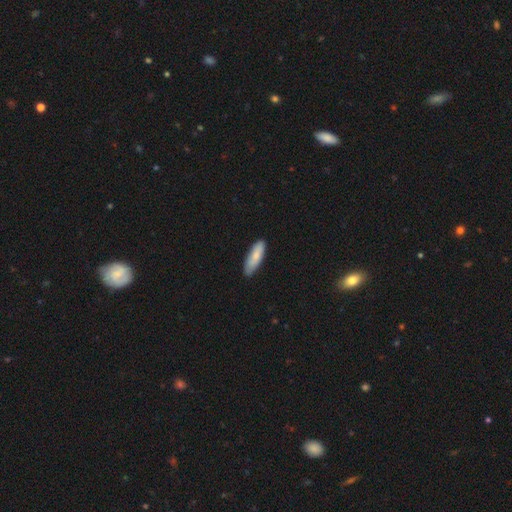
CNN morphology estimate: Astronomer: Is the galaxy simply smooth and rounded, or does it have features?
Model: smooth — 82%.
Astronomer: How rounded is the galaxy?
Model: in between — 50% (runner-up: cigar-shaped, 49%).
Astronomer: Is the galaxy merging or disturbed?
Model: none — 81%.